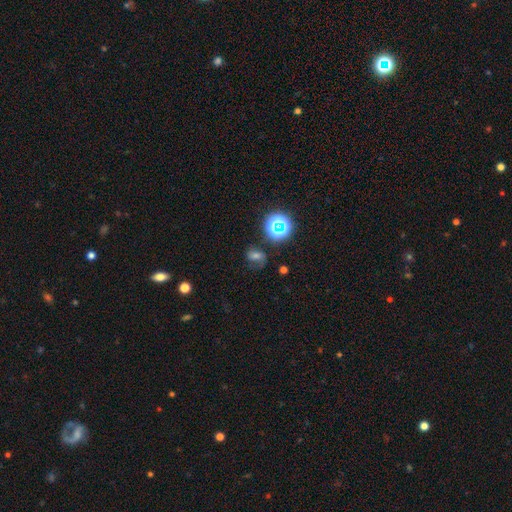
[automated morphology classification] Smooth or featured? Predicted: smooth (p=0.37). Merging? Predicted: none (p=0.58).